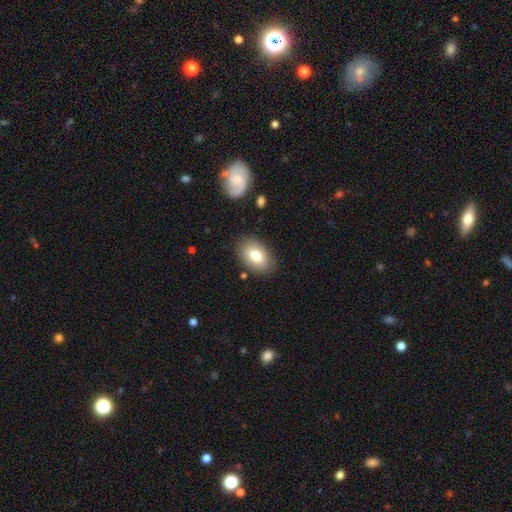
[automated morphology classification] smooth-or-featured: smooth: 78% | featured or disk: 15% | star or artifact: 7%
  how-rounded: in between: 89% | round: 10% | cigar-shaped: 1%
  merging: none: 84% | minor disturbance: 11% | major disturbance: 3% | merger: 2%